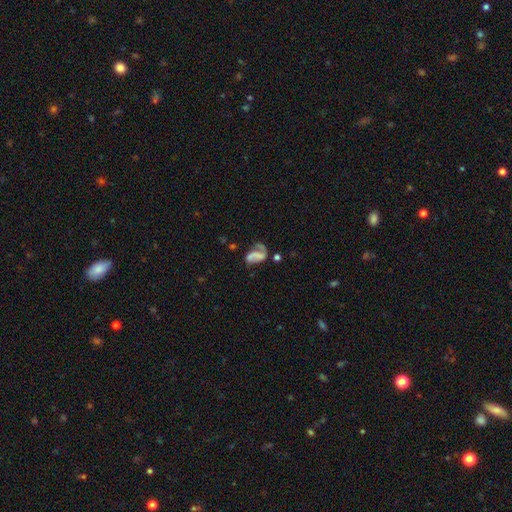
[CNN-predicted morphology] Smooth or featured: featured or disk — 58% (smooth — 30%)
Edge-on disk: no — 97% (yes — 3%)
Bar: no — 58% (weak — 26%)
Spiral arms: yes — 72% (no — 28%)
Bulge size: none — 68% (small — 18%)
Merging: major disturbance — 37% (none — 30%)